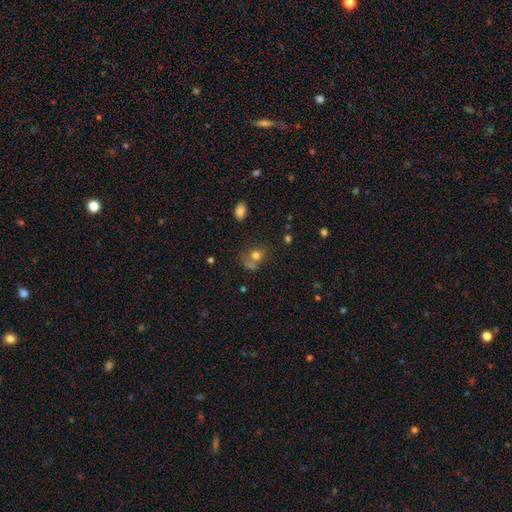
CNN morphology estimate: Smooth or featured? smooth (71%)
How rounded? round (63%)
Merging? none (42%)